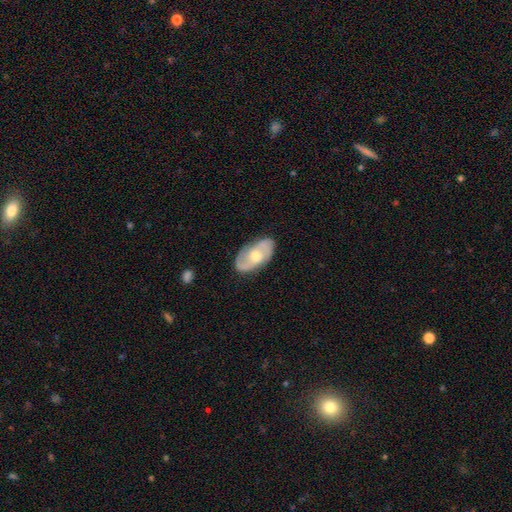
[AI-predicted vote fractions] Smooth or featured?
  - featured or disk: 72% *
  - smooth: 23%
  - star or artifact: 6%
Edge-on disk?
  - no: 94% *
  - yes: 6%
Bar?
  - no: 60% *
  - weak: 33%
  - strong: 7%
Spiral arms?
  - yes: 85% *
  - no: 15%
Spiral winding?
  - medium: 45% *
  - tight: 32%
  - loose: 23%
Spiral arm count?
  - 2: 78% *
  - can't tell: 13%
  - 3: 3%
  - 1: 3%
  - 4: 1%
  - more than 4: 1%
Bulge size?
  - moderate: 68% *
  - small: 26%
  - large: 4%
  - none: 1%
  - dominant: 1%
Merging?
  - none: 81% *
  - minor disturbance: 14%
  - major disturbance: 3%
  - merger: 1%